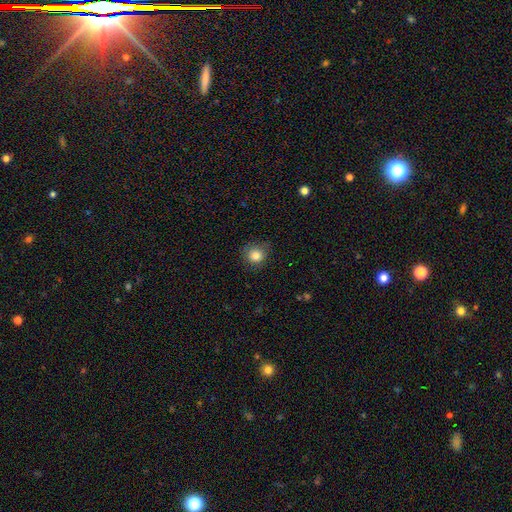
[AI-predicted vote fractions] The model was most divided on "merging": none: 76%, minor disturbance: 18%, major disturbance: 4%, merger: 1%. More confident: how rounded — round (88%); smooth or featured — smooth (82%).